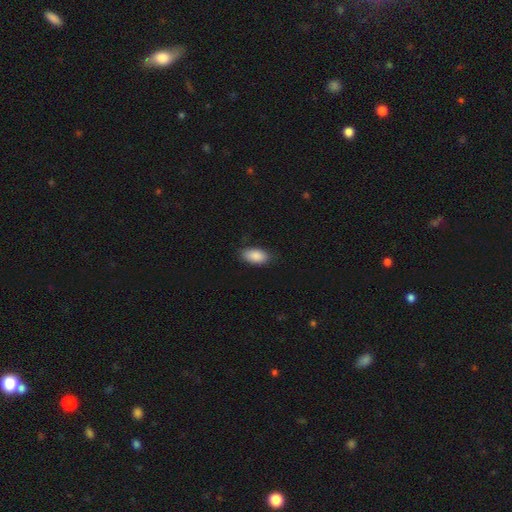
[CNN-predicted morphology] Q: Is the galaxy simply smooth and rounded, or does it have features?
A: smooth — 88%.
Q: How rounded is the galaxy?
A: in between — 93%.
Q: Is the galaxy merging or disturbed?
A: none — 82%.